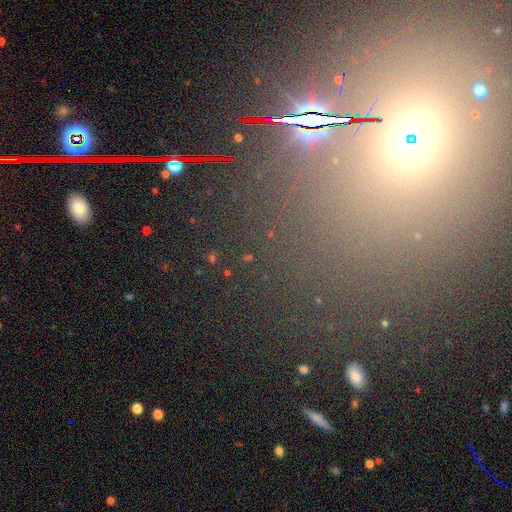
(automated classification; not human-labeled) Overall: star or artifact (67%).